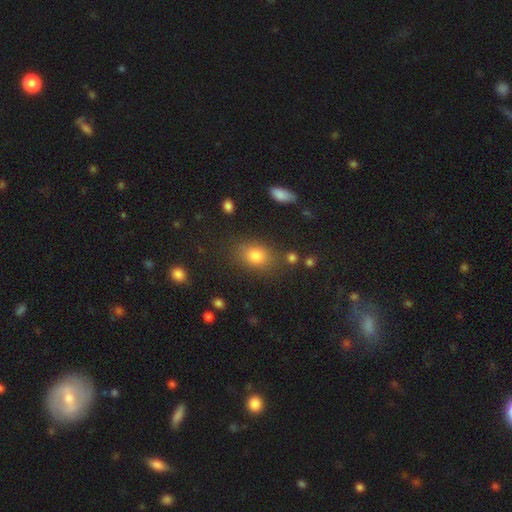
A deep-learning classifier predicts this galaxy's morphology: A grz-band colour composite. It shows a smooth galaxy with no disk features (78%) that is in between round and cigar-shaped (65%). Merging: none (79%).